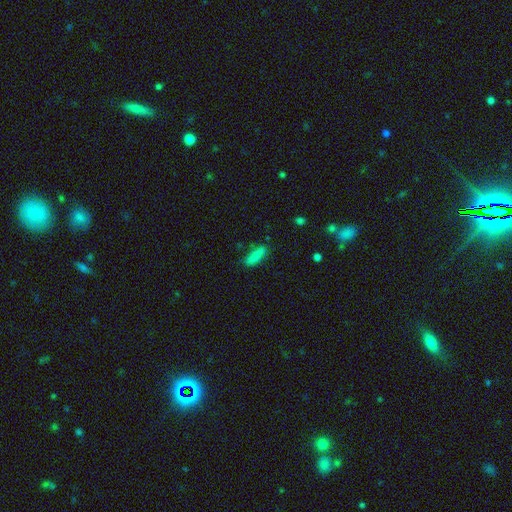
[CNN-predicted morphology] This is clearly a smooth galaxy (85%). How rounded: possibly cigar-shaped (51%). Merging: likely none (77%).